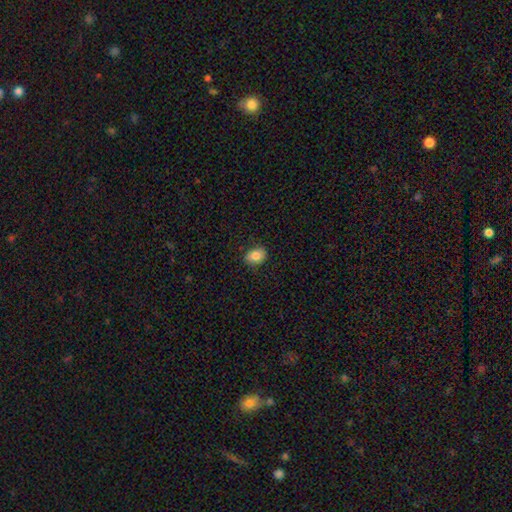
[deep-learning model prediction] The model was most divided on "how rounded": in between: 65%, round: 34%, cigar-shaped: 1%. More confident: merging — none (86%); smooth or featured — smooth (83%).